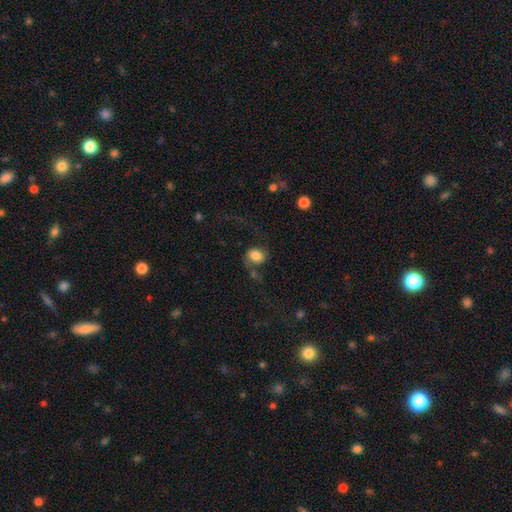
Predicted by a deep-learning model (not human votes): smooth_or_featured: smooth (p=0.68) [alt: featured or disk p=0.23]
how_rounded: in between (p=0.51) [alt: round p=0.48]
merging: none (p=0.44) [alt: major disturbance p=0.26]